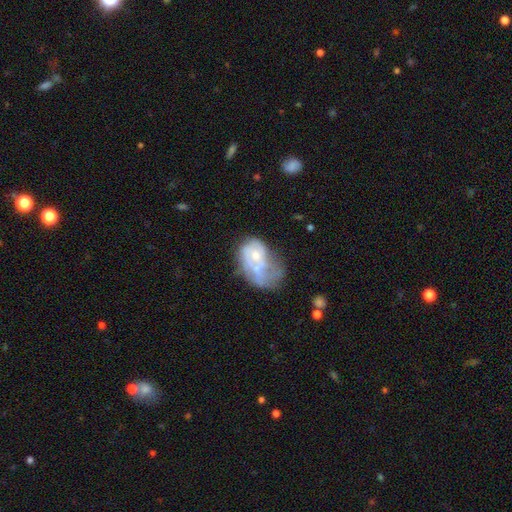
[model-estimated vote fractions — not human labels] This appears to be a featured or disk galaxy (56%) with no bar (81%), no spiral arms (61%) and a small central bulge (51%). Merging: major disturbance (40%).